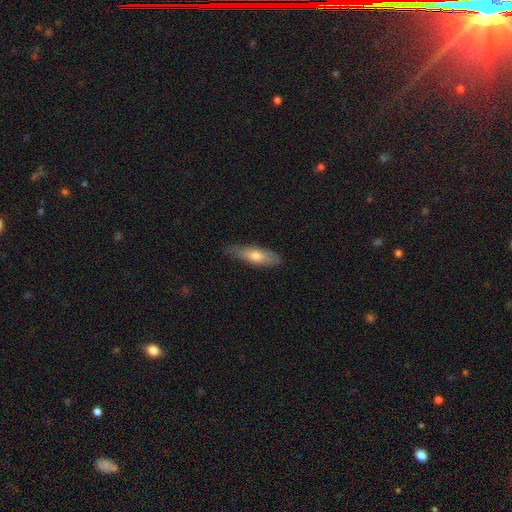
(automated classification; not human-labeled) This is likely a smooth galaxy (63%). How rounded: likely cigar-shaped (62%). Merging: clearly none (81%).